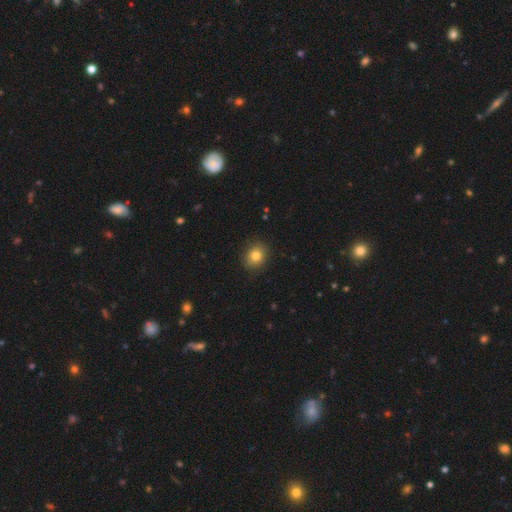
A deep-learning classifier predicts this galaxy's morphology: smooth-or-featured: smooth: 81% | star or artifact: 11% | featured or disk: 8%
  how-rounded: round: 68% | in between: 31% | cigar-shaped: 1%
  merging: none: 89% | minor disturbance: 8% | major disturbance: 2% | merger: 1%